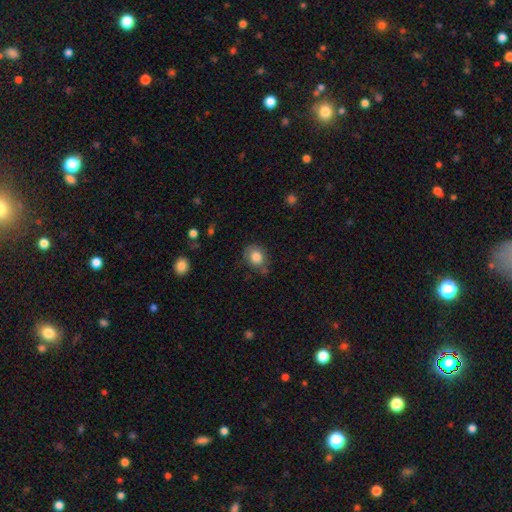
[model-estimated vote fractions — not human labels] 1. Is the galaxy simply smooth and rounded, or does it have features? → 81% smooth, 10% featured or disk, 9% star or artifact.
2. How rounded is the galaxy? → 61% round, 38% in between, 1% cigar-shaped.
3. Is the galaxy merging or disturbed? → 63% none, 26% minor disturbance, 7% major disturbance, 4% merger.